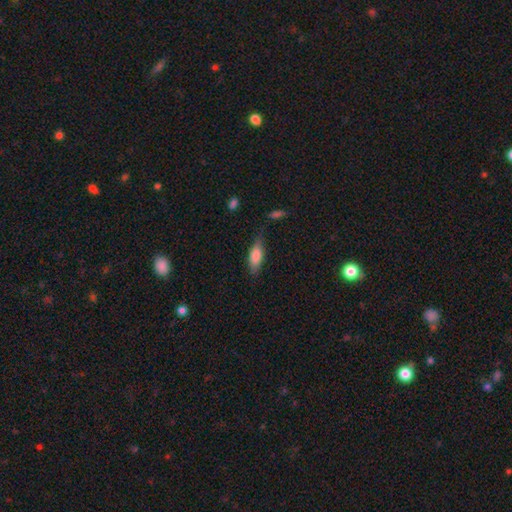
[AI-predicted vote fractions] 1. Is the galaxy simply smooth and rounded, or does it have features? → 79% smooth, 14% featured or disk, 7% star or artifact.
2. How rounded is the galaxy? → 71% in between, 27% cigar-shaped, 2% round.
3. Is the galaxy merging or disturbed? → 61% none, 27% minor disturbance, 8% major disturbance, 5% merger.